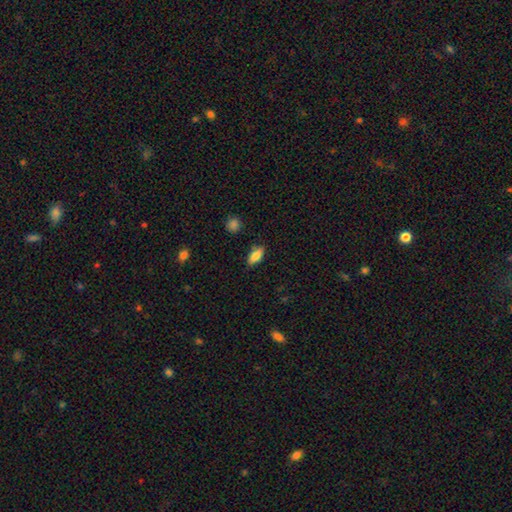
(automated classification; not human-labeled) Smooth or featured? Predicted: smooth (p=0.82). How rounded? Predicted: in between (p=0.83). Merging? Predicted: none (p=0.80).